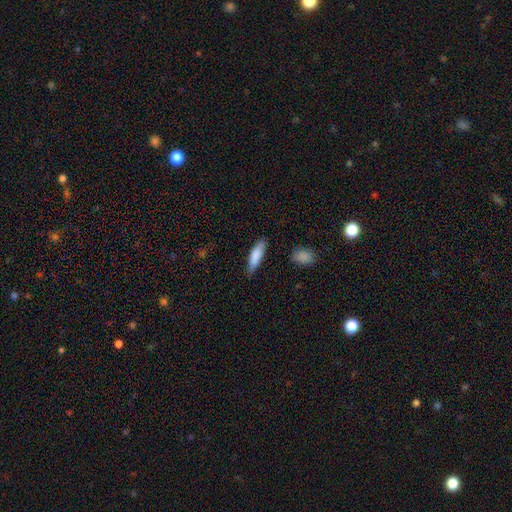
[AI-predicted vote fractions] Smooth or featured? Predicted: smooth (p=0.84). How rounded? Predicted: cigar-shaped (p=0.57). Merging? Predicted: none (p=0.76).